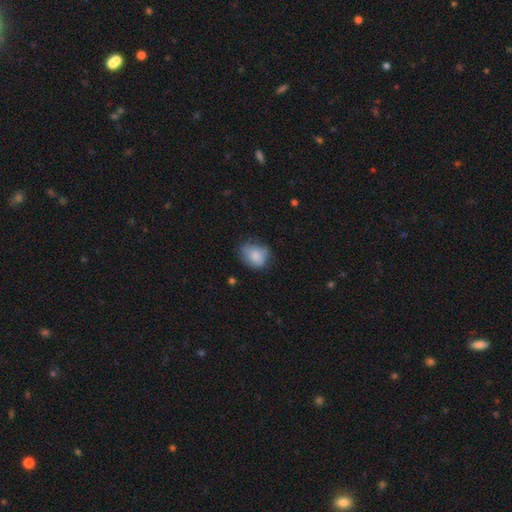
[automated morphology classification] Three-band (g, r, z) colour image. It shows a smooth galaxy with no disk features (81%) that is in between round and cigar-shaped (53%). Merging: none (54%).